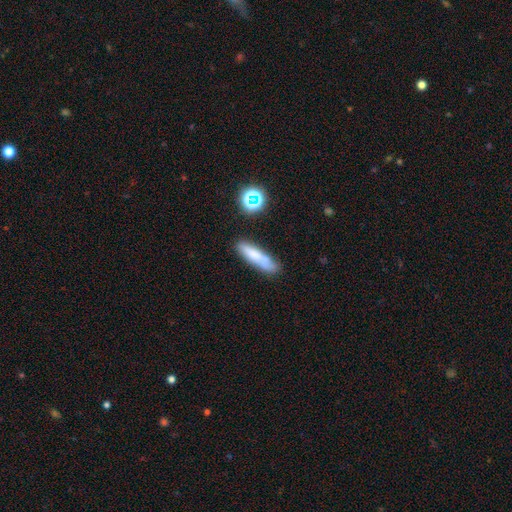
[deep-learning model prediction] Smooth or featured? smooth (72%)
How rounded? cigar-shaped (75%)
Merging? none (67%)